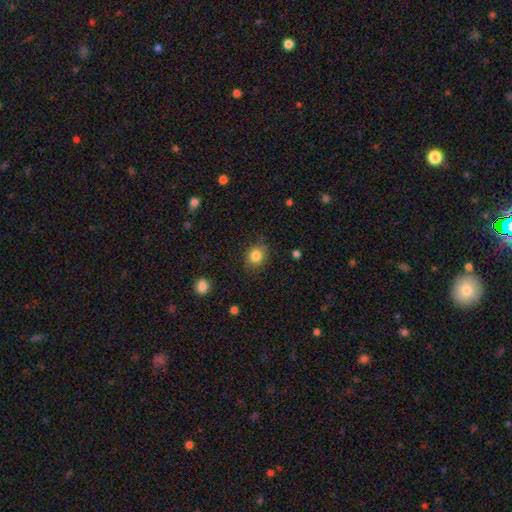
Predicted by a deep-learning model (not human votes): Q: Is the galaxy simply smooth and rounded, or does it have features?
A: smooth — 83%.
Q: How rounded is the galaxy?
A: round — 75%.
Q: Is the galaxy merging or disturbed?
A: none — 79%.